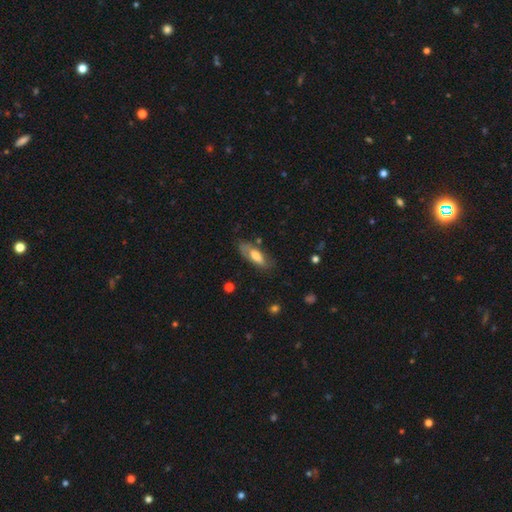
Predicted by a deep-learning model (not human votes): This appears to be a smooth galaxy with no disk features (60%) that is in between round and cigar-shaped (69%). Merging: none (63%).